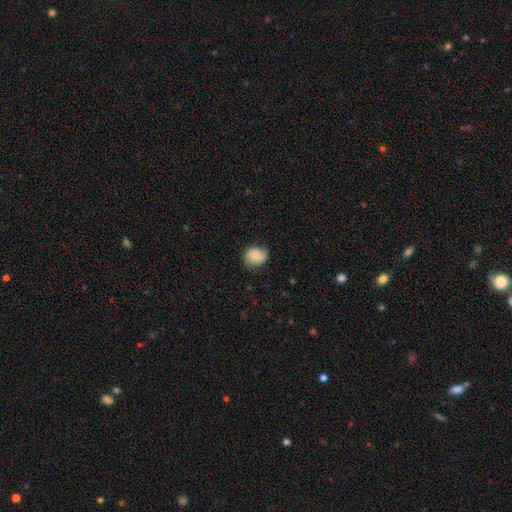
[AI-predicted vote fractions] Morphology: type=smooth (80%); roundness=round (69%); merging=none (75%).